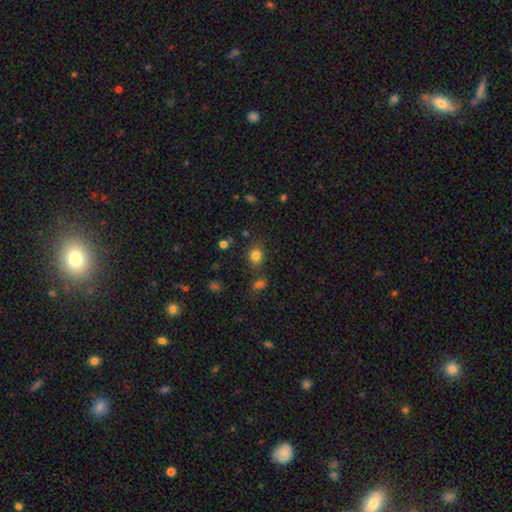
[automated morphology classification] This is likely a smooth galaxy (80%). How rounded: possibly round (60%). Merging: likely none (71%).